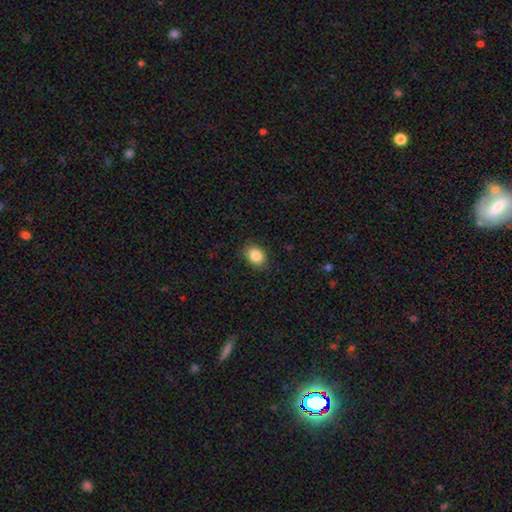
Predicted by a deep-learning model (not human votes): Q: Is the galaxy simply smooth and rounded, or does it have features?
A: smooth — 86%.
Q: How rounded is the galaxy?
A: in between — 64%.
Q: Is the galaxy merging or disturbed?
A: none — 85%.